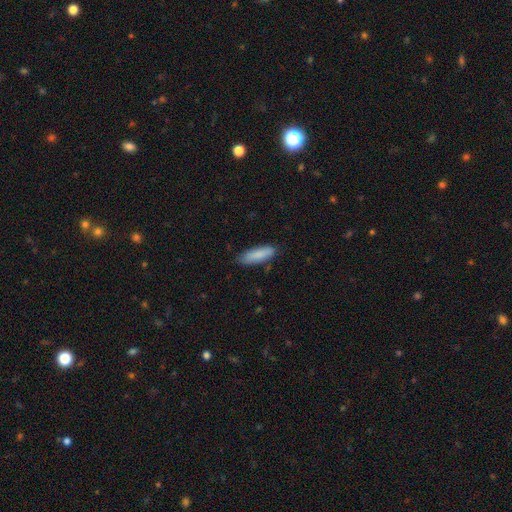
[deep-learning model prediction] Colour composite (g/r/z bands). It shows a smooth galaxy with no disk features (86%) that is cigar-shaped (53%). Merging: none (80%).